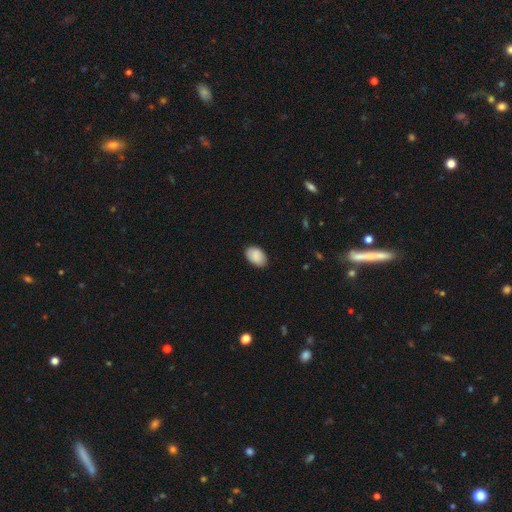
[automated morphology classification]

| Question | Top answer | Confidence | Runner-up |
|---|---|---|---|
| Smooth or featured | smooth | 89% | star or artifact (7%) |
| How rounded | in between | 88% | round (11%) |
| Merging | none | 84% | minor disturbance (13%) |